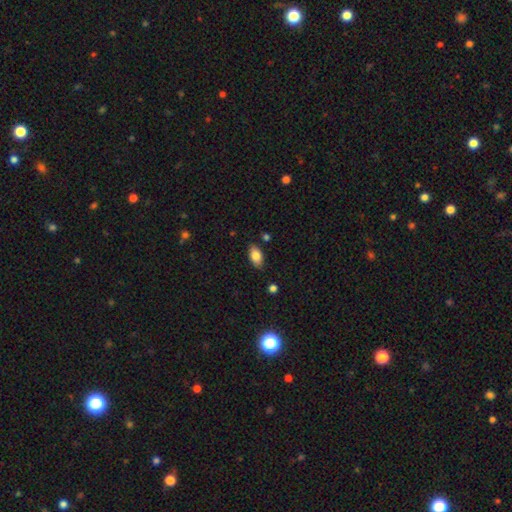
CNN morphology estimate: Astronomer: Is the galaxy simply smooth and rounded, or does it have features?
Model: smooth — 82%.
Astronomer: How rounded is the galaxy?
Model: in between — 92%.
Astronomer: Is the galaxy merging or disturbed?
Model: none — 83%.